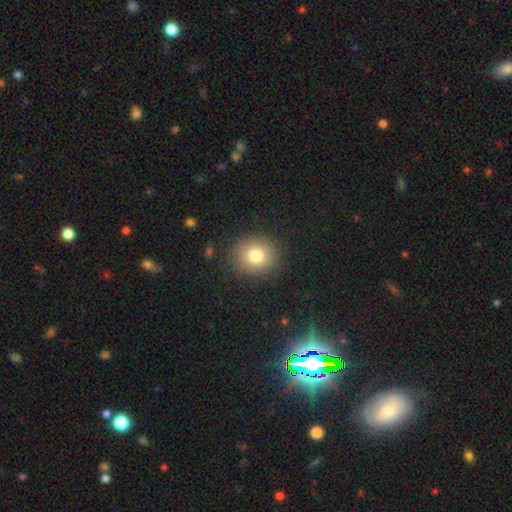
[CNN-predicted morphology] Smooth or featured? Predicted: smooth (p=0.81). How rounded? Predicted: round (p=0.81). Merging? Predicted: none (p=0.87).